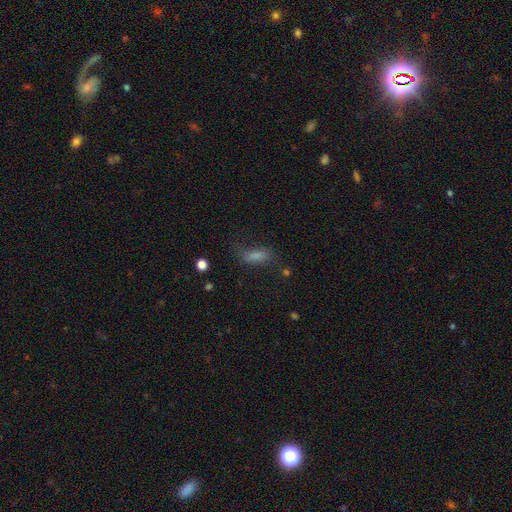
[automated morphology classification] type=smooth (63%); roundness=in between (59%); merging=none (60%).